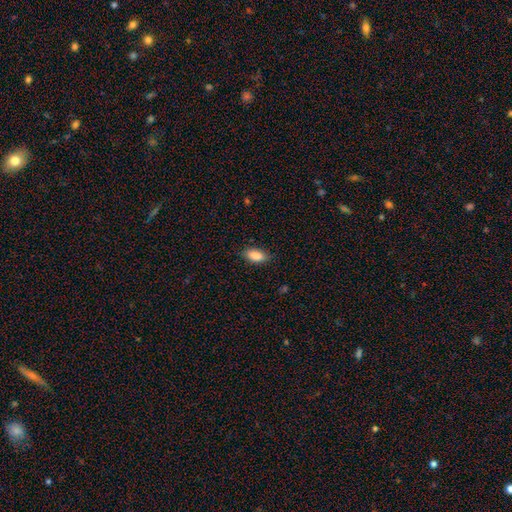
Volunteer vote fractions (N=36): Smooth or featured: smooth — 89% (featured or disk — 6%)
How rounded: in between — 94% (cigar-shaped — 6%)
Merging: none — 91% (minor disturbance — 6%)